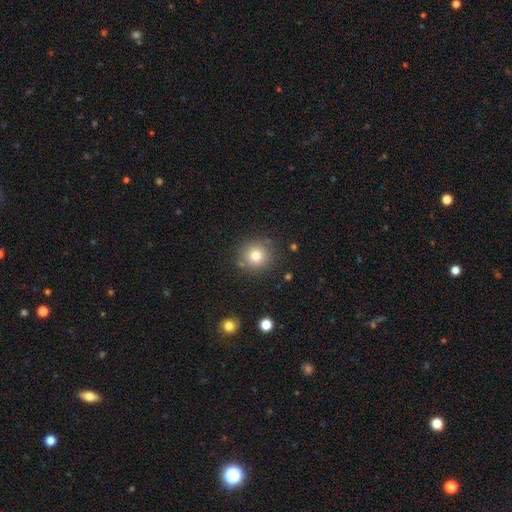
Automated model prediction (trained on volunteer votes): This appears to be a smooth galaxy with no disk features (79%) that is round (93%). Merging: none (84%).